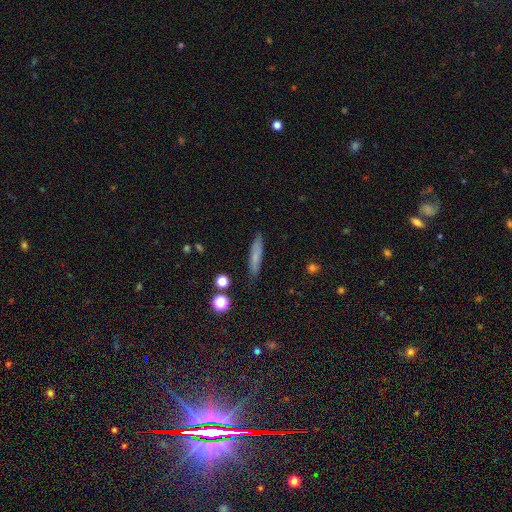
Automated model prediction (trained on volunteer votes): Q: Smooth or featured?
A: smooth (67%); runner-up: featured or disk (24%)
Q: How rounded?
A: cigar-shaped (85%); runner-up: in between (12%)
Q: Merging?
A: none (84%); runner-up: minor disturbance (12%)